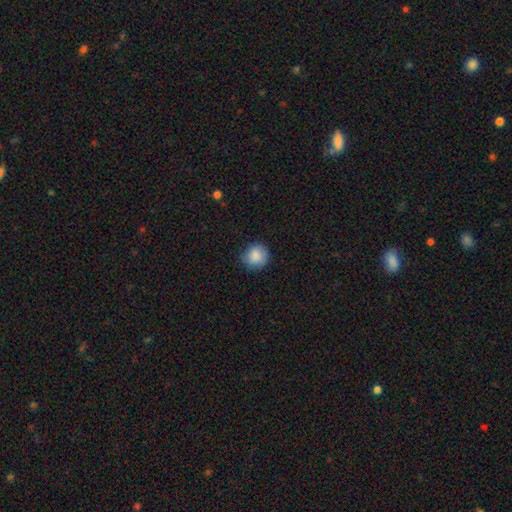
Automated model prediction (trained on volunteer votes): A smooth galaxy with no disk features (86%) that is round (89%).

Vote fractions:
- Smooth or featured? smooth: 86% / star or artifact: 8% / featured or disk: 6%
- How rounded? round: 89% / in between: 10% / cigar-shaped: 1%
- Merging? none: 77% / minor disturbance: 18% / major disturbance: 4% / merger: 1%